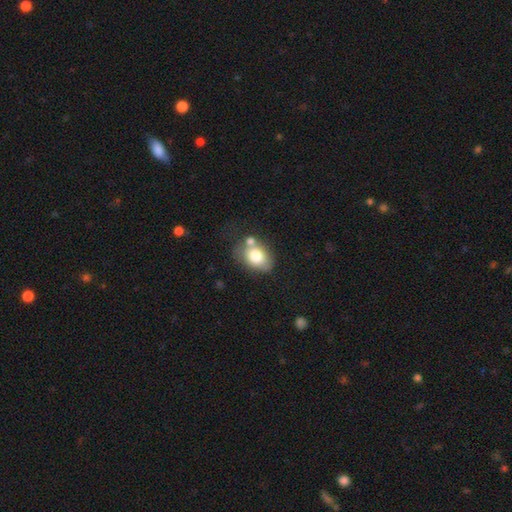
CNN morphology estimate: Smooth or featured: smooth — 76% (featured or disk — 16%)
How rounded: in between — 71% (round — 28%)
Merging: none — 53% (minor disturbance — 20%)